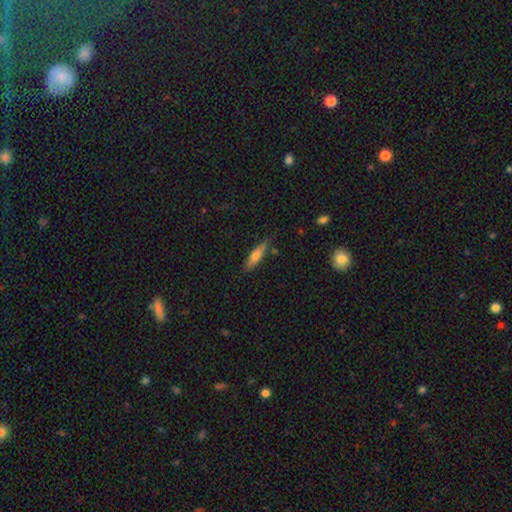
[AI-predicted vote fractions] This appears to be a smooth galaxy with no disk features (68%) that is cigar-shaped (69%). Merging: none (76%).